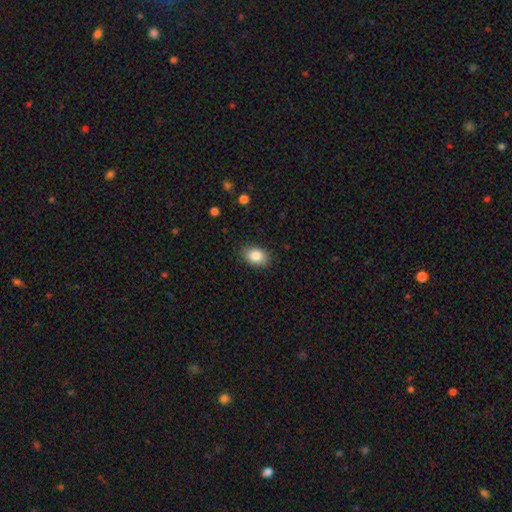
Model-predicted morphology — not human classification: smooth 86%, star or artifact 8%, featured or disk 6%. Down the decision tree: how rounded — in between (83%); merging — none (87%).